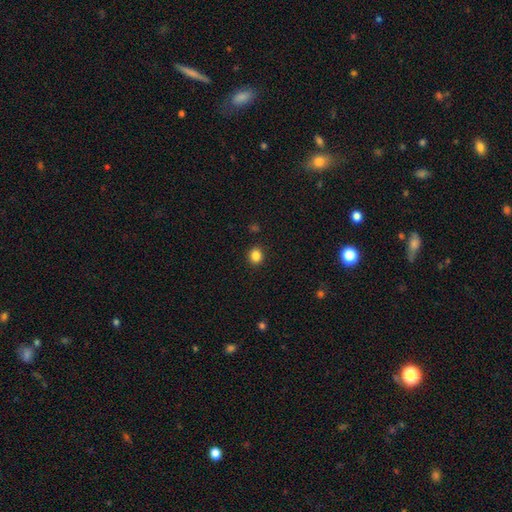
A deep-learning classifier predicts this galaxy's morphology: Smooth or featured: smooth — 85% (star or artifact — 11%)
How rounded: round — 70% (in between — 29%)
Merging: none — 90% (minor disturbance — 7%)